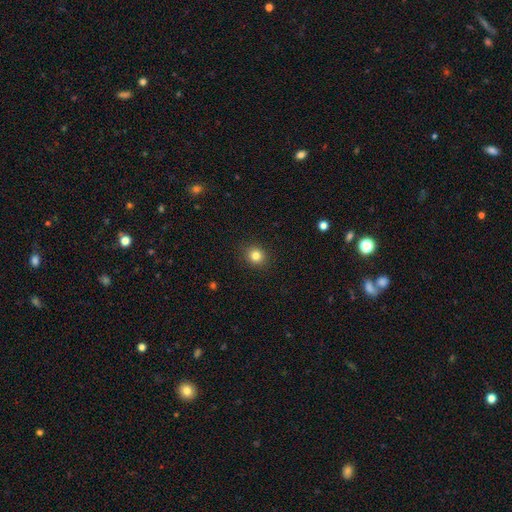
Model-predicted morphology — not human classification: smooth_or_featured: smooth (p=0.82) [alt: star or artifact p=0.12]
how_rounded: round (p=0.84) [alt: in between p=0.16]
merging: none (p=0.90) [alt: minor disturbance p=0.07]